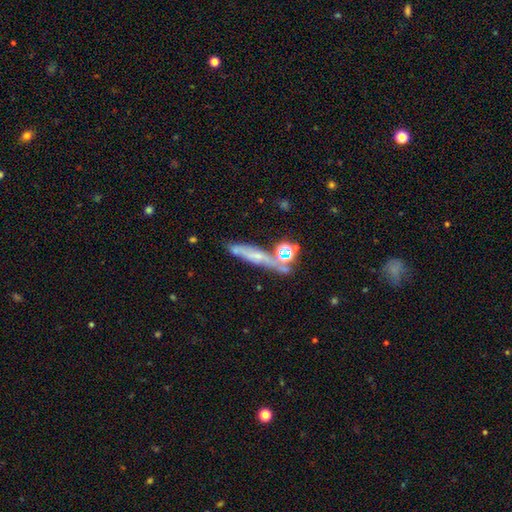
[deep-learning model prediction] smooth_or_featured: featured or disk (p=0.42) [alt: smooth p=0.36]
merging: none (p=0.59) [alt: minor disturbance p=0.17]